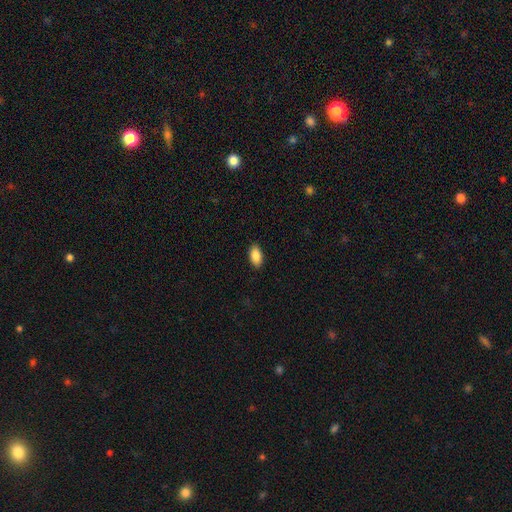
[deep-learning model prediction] The model was most divided on "merging": none: 89%, minor disturbance: 8%, major disturbance: 2%, merger: 1%. More confident: how rounded — in between (93%); smooth or featured — smooth (89%).